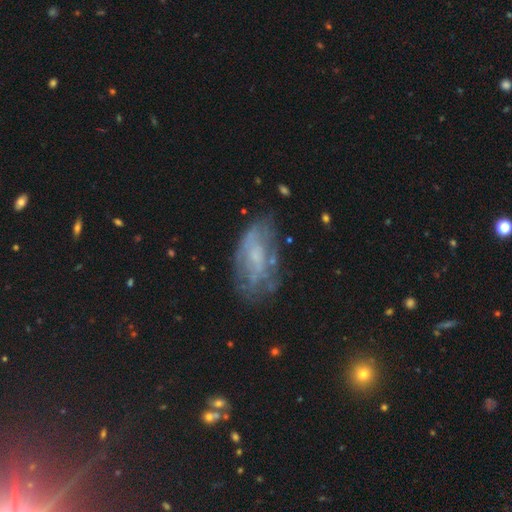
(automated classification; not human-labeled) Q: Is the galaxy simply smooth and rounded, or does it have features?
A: featured or disk — 57%.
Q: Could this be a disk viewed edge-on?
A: no — 92%.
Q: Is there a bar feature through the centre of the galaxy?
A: no — 70%.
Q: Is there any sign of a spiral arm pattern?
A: no — 61%.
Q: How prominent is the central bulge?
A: small — 43%.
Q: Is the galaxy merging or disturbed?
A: none — 59%.